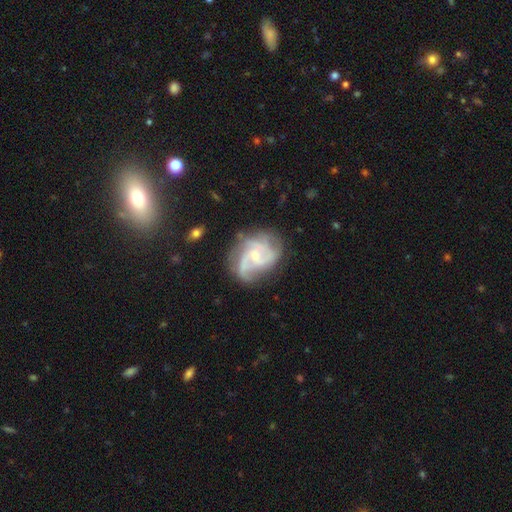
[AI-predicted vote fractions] Morphology: type=featured or disk (85%); edge-on=no (98%); bar=no (58%); spiral arms=yes (96%); winding=medium (50%); arm count=3 (43%); bulge=small (69%); merging=none (63%).